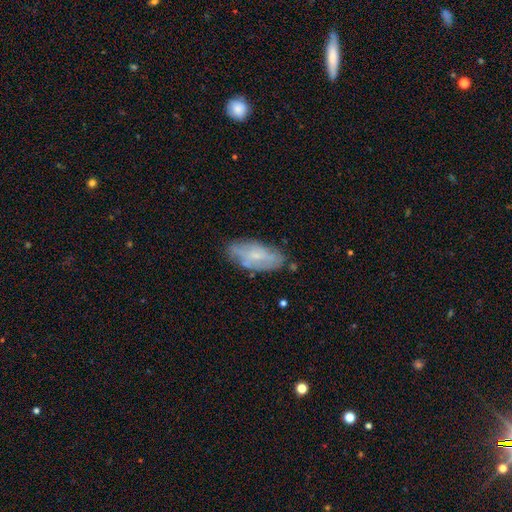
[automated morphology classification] type=smooth (49%); merging=none (68%).